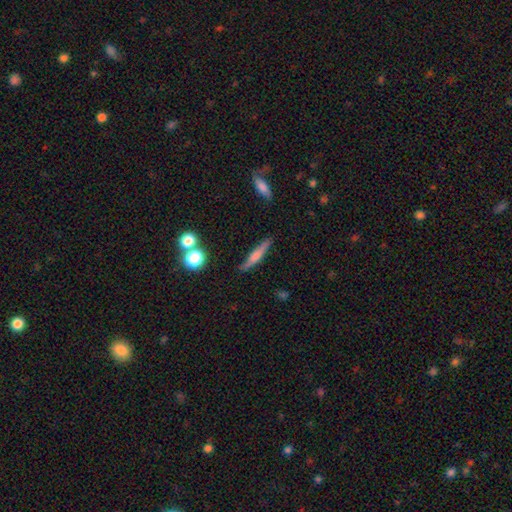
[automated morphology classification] smooth-or-featured: smooth: 48% | featured or disk: 44% | star or artifact: 7%
  merging: none: 83% | minor disturbance: 11% | merger: 3% | major disturbance: 3%